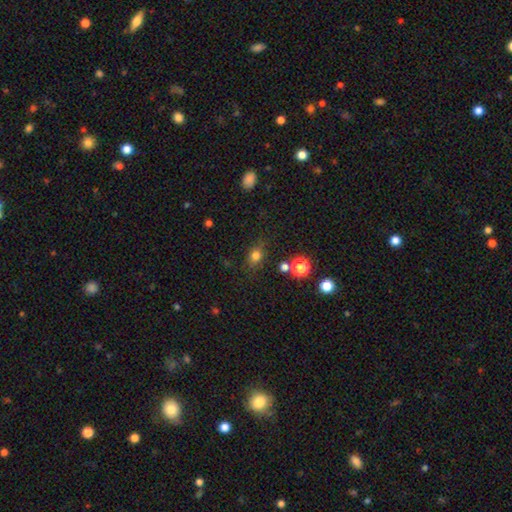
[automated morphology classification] Overall: smooth (77%). How rounded: round (54%; in between 44%). Merging: none (76%).